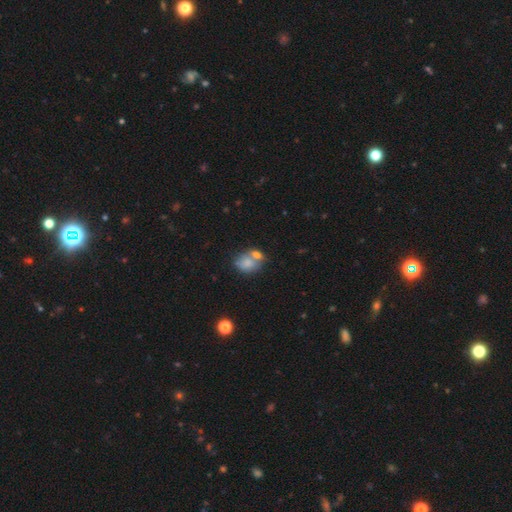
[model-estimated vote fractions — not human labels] Smooth or featured: smooth — 70% (featured or disk — 19%)
How rounded: in between — 59% (round — 39%)
Merging: merger — 49% (none — 32%)